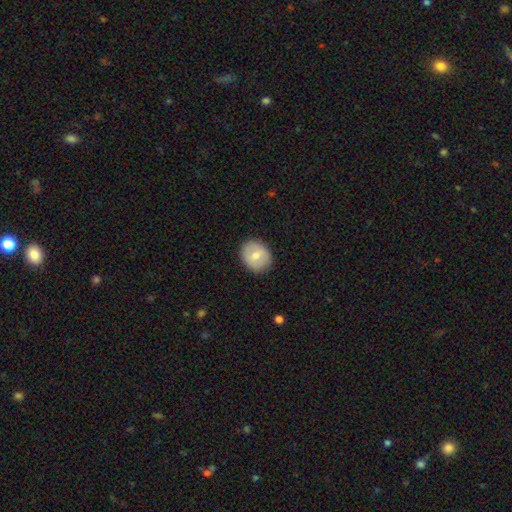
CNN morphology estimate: smooth_or_featured: smooth (p=0.64) [alt: featured or disk p=0.29]
how_rounded: round (p=0.70) [alt: in between p=0.29]
merging: none (p=0.87) [alt: minor disturbance p=0.09]